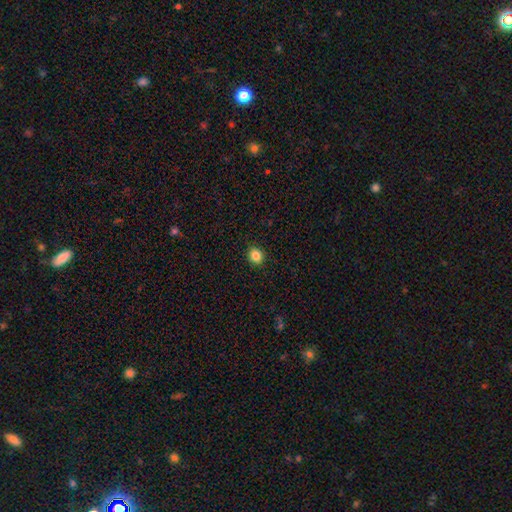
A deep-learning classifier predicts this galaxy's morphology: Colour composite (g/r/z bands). It shows a smooth galaxy with no disk features (85%) that is round (78%). Merging: none (92%).